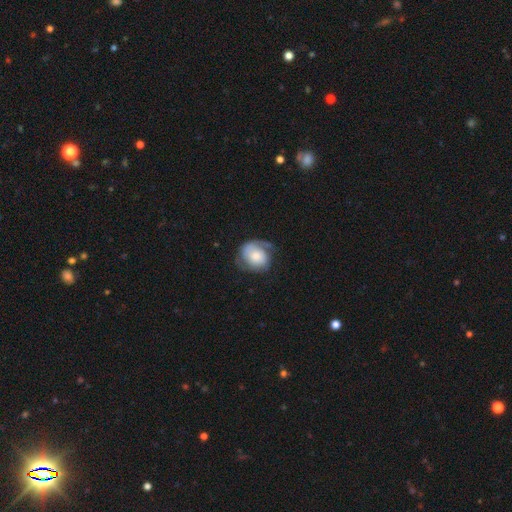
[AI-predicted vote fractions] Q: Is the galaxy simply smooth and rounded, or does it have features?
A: featured or disk — 49%.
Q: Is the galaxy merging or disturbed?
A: none — 51%.